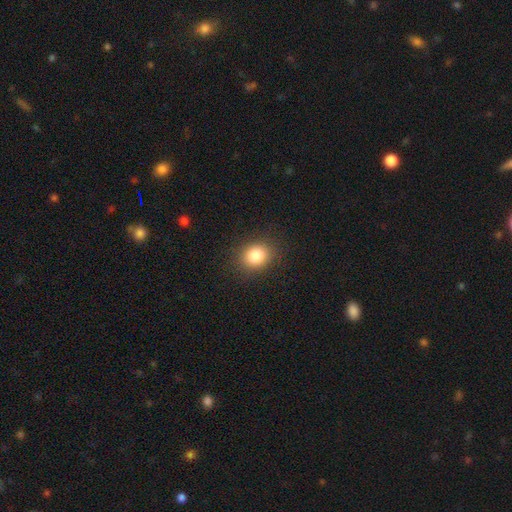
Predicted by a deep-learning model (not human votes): Q: Smooth or featured?
A: smooth (84%); runner-up: star or artifact (10%)
Q: How rounded?
A: round (58%); runner-up: in between (41%)
Q: Merging?
A: none (88%); runner-up: minor disturbance (9%)